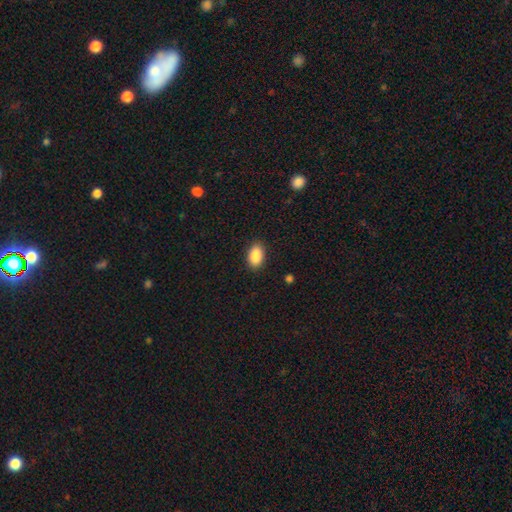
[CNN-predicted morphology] A smooth galaxy with no disk features (89%) that is in between round and cigar-shaped (91%). Merging: none (89%).